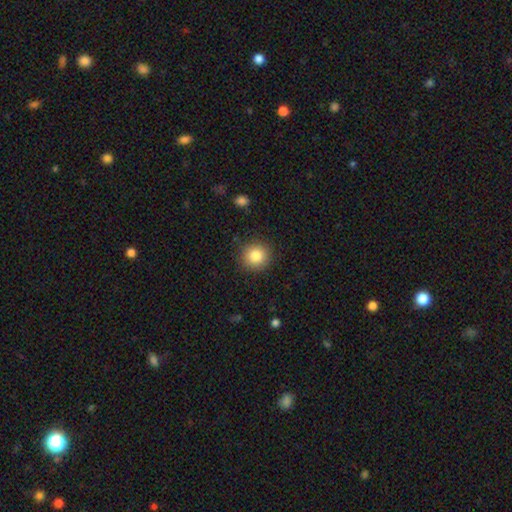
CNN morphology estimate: Smooth or featured: smooth — 84% (star or artifact — 9%)
How rounded: round — 92% (in between — 7%)
Merging: none — 89% (minor disturbance — 7%)